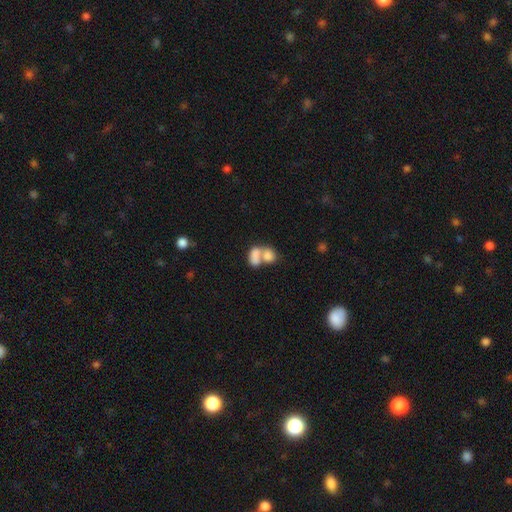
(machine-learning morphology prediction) A smooth galaxy with no disk features (75%) that is in between round and cigar-shaped (78%). Merging: merger (73%).